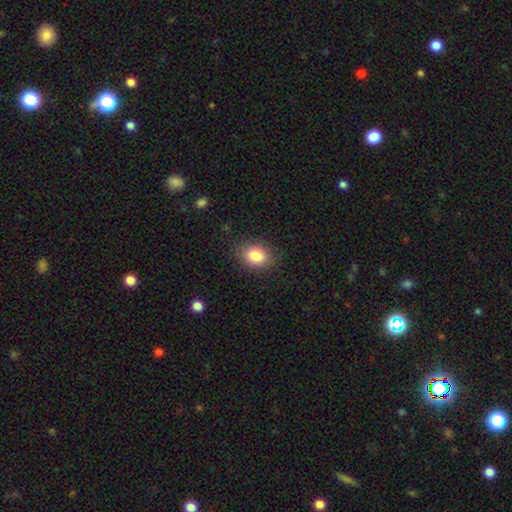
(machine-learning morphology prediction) Smooth or featured: smooth — 84% (star or artifact — 9%)
How rounded: in between — 73% (round — 26%)
Merging: none — 84% (minor disturbance — 12%)